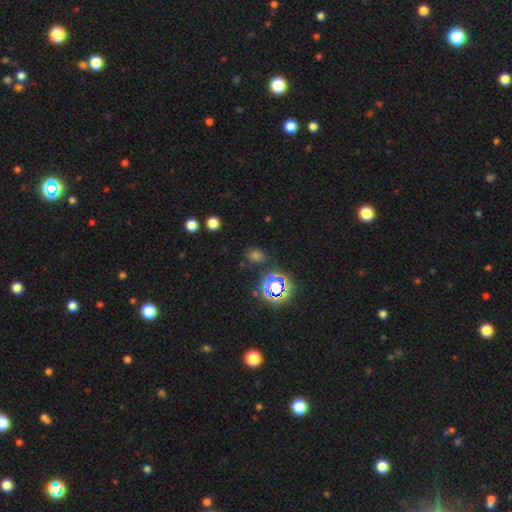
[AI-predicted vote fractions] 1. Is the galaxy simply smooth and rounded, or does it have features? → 49% smooth, 44% star or artifact, 7% featured or disk.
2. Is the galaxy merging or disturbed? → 79% none, 12% minor disturbance, 5% major disturbance, 4% merger.